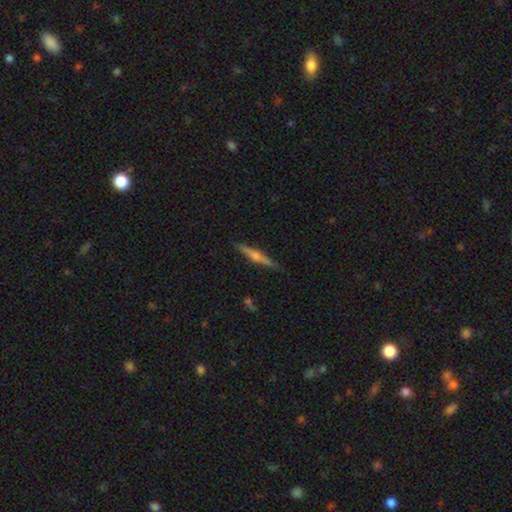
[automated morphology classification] Smooth or featured? featured or disk (76%)
Edge-on disk? yes (98%)
Edge-on bulge? rounded (85%)
Merging? none (90%)